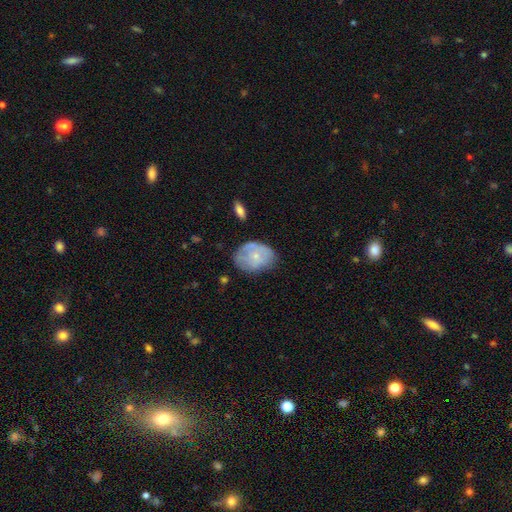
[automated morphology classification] A smooth galaxy with no disk features (53%) that is in between round and cigar-shaped (63%). Merging: none (57%).